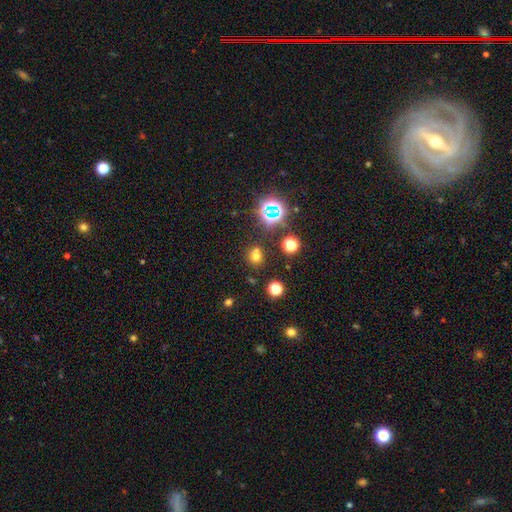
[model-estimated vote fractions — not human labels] Smooth or featured: smooth — 61% (star or artifact — 30%)
How rounded: round — 80% (in between — 19%)
Merging: none — 66% (merger — 21%)